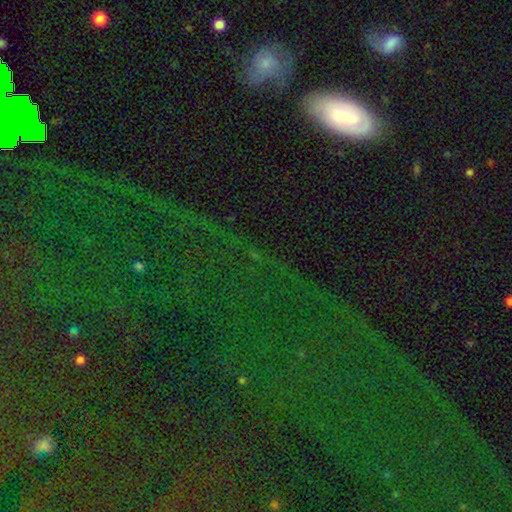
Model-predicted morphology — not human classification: Smooth or featured?
  - star or artifact: 59% *
  - smooth: 24%
  - featured or disk: 17%